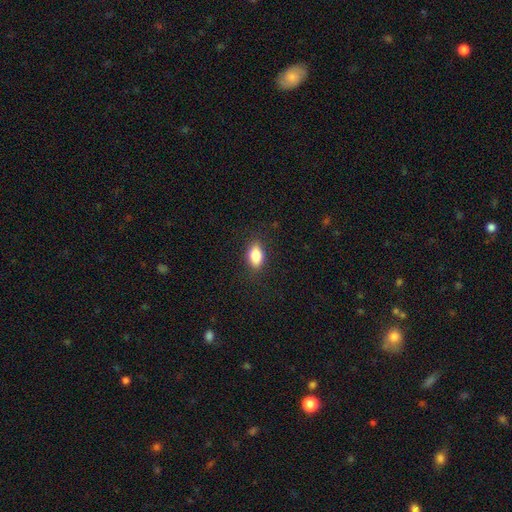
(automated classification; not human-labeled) Smooth or featured? Predicted: smooth (p=0.83). How rounded? Predicted: in between (p=0.86). Merging? Predicted: none (p=0.86).